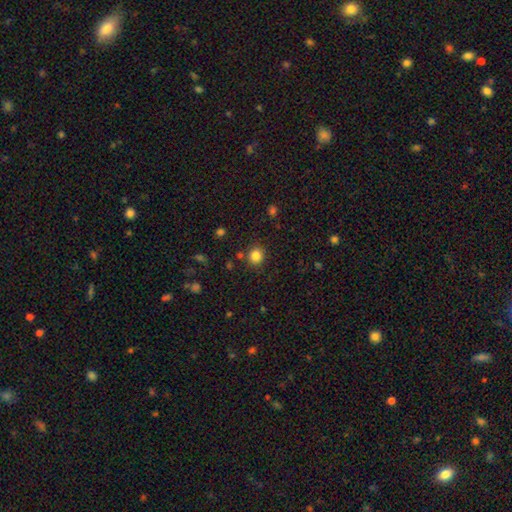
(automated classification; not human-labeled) Overall: smooth (83%). How rounded: round (87%). Merging: none (85%).